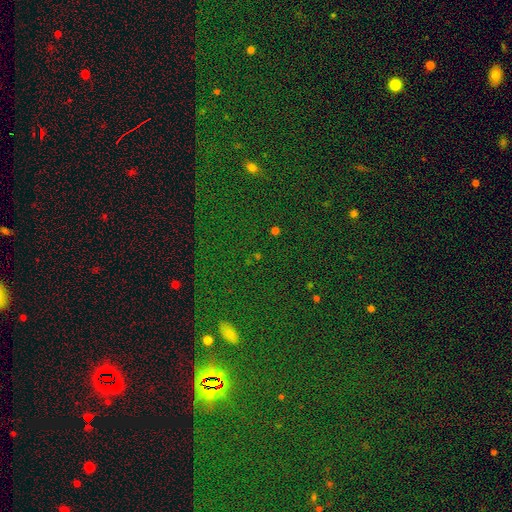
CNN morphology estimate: Smooth or featured? Predicted: star or artifact (p=0.79).